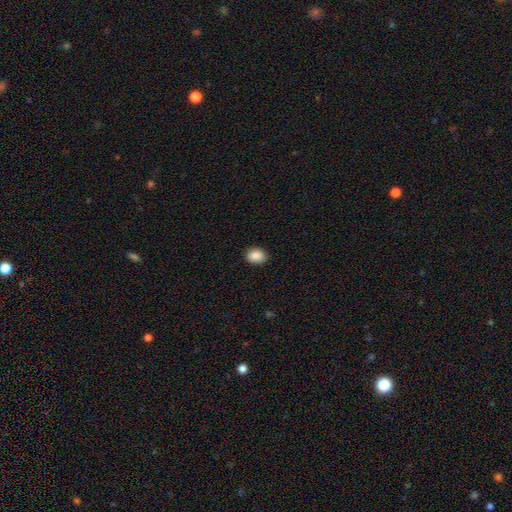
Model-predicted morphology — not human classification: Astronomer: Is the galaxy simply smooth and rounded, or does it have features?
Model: smooth — 89%.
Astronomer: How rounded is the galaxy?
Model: in between — 65%.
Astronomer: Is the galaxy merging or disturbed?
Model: none — 86%.